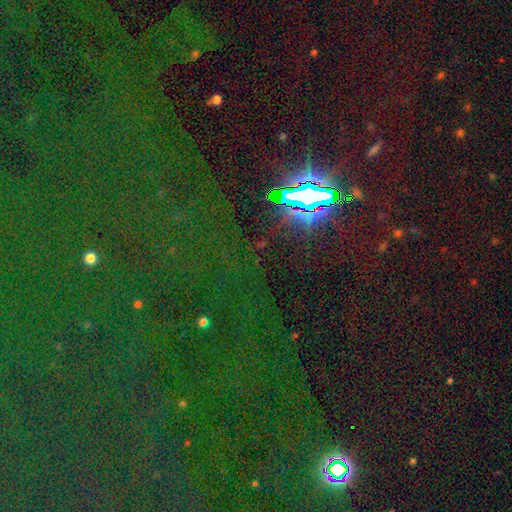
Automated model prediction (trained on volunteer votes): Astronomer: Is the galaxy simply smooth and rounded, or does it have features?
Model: star or artifact — 84%.